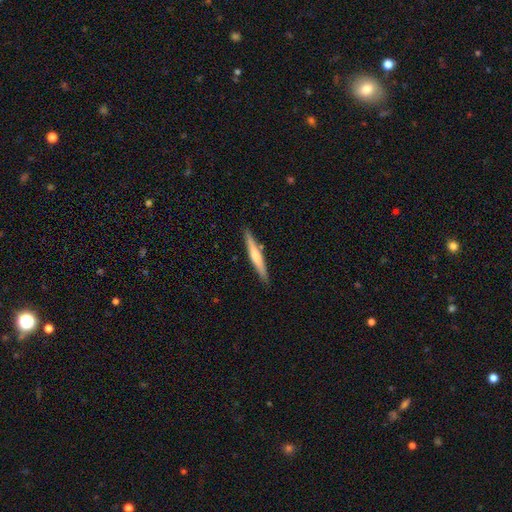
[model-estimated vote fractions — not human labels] smooth 50%, featured or disk 45%, star or artifact 5%. Down the decision tree: merging — none (88%).